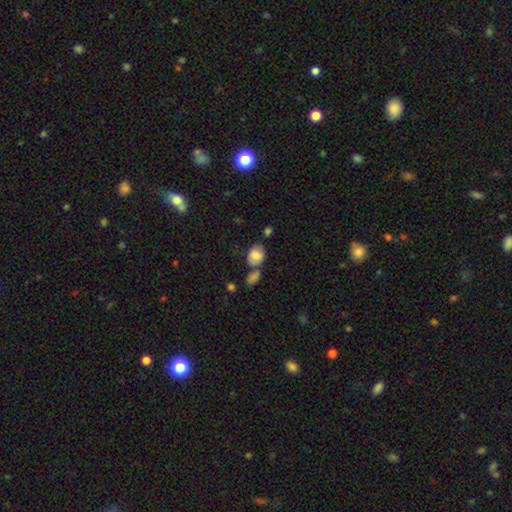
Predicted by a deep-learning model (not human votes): Smooth or featured: smooth — 78% (featured or disk — 13%)
How rounded: in between — 62% (round — 37%)
Merging: none — 52% (merger — 24%)